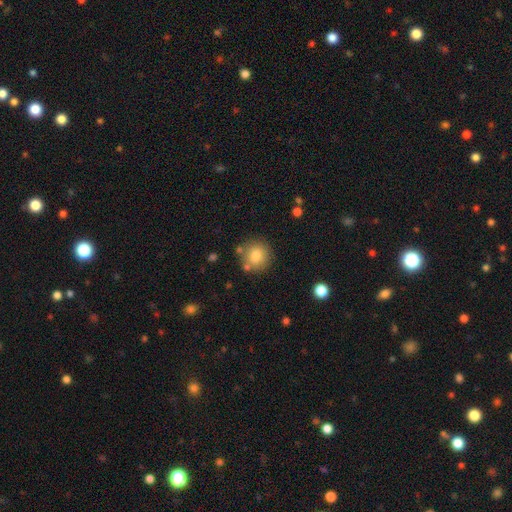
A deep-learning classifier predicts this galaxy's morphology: A smooth galaxy with no disk features (80%) that is round (90%).

Vote fractions:
- Smooth or featured? smooth: 80% / featured or disk: 10% / star or artifact: 10%
- How rounded? round: 90% / in between: 9% / cigar-shaped: 1%
- Merging? none: 78% / minor disturbance: 11% / merger: 8% / major disturbance: 3%